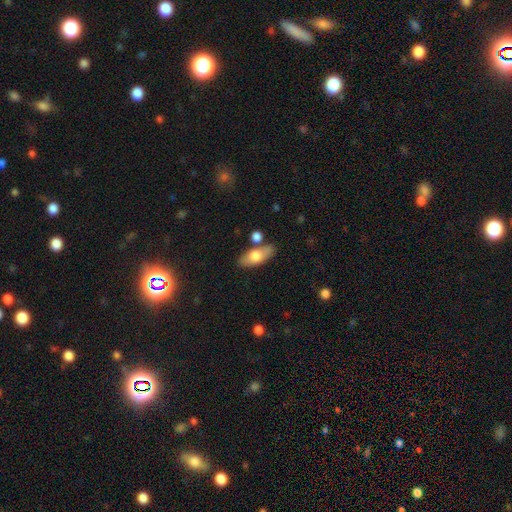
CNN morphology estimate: A smooth galaxy with no disk features (68%) that is in between round and cigar-shaped (79%). Merging: none (77%).